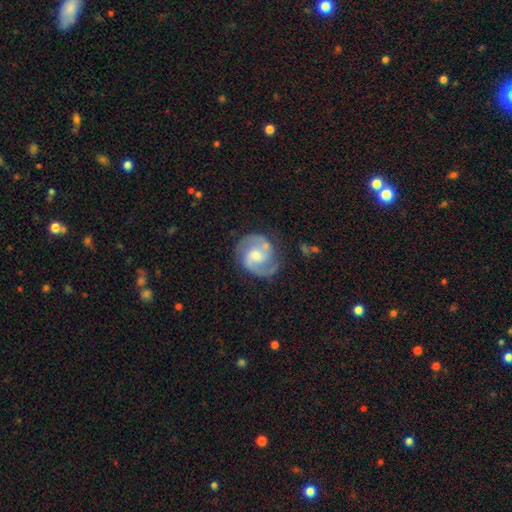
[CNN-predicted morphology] smooth_or_featured: featured or disk (p=0.87) [alt: smooth p=0.08]
disk_edge_on: no (p=0.98) [alt: yes p=0.02]
bar: weak (p=0.49) [alt: no p=0.39]
has_spiral_arms: yes (p=0.97) [alt: no p=0.03]
spiral_winding: medium (p=0.56) [alt: tight p=0.30]
spiral_arm_count: 2 (p=0.91) [alt: can't tell p=0.03]
bulge_size: moderate (p=0.51) [alt: small p=0.32]
merging: none (p=0.78) [alt: minor disturbance p=0.15]